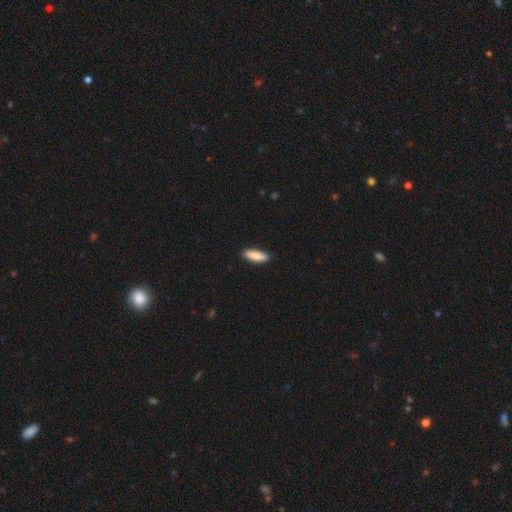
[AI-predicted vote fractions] Overall: smooth (82%). How rounded: cigar-shaped (58%; in between 41%). Merging: none (90%).